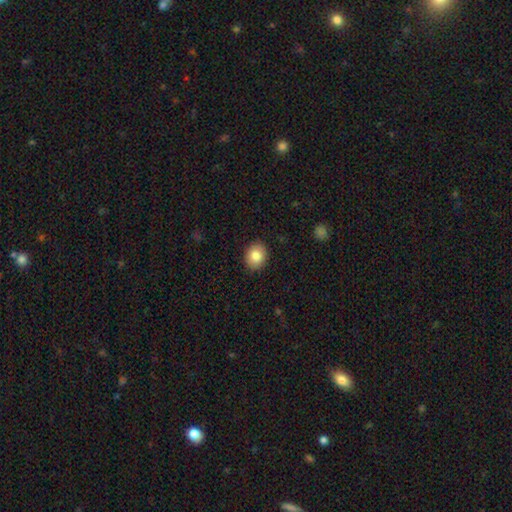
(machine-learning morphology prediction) Q: Smooth or featured?
A: smooth (84%); runner-up: star or artifact (9%)
Q: How rounded?
A: round (61%); runner-up: in between (38%)
Q: Merging?
A: none (90%); runner-up: minor disturbance (7%)